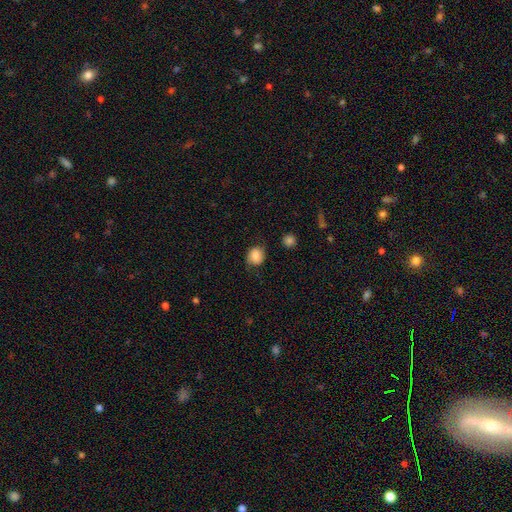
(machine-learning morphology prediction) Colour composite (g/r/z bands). It shows a smooth galaxy with no disk features (78%) that is round (63%). Merging: none (69%).